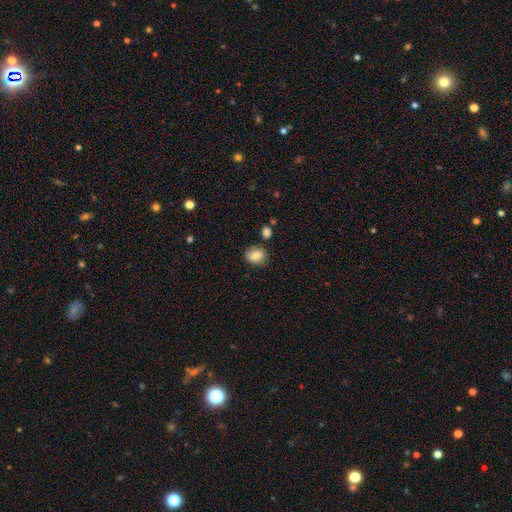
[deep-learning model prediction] Q: Smooth or featured?
A: smooth (80%); runner-up: featured or disk (11%)
Q: How rounded?
A: round (56%); runner-up: in between (43%)
Q: Merging?
A: none (77%); runner-up: minor disturbance (14%)